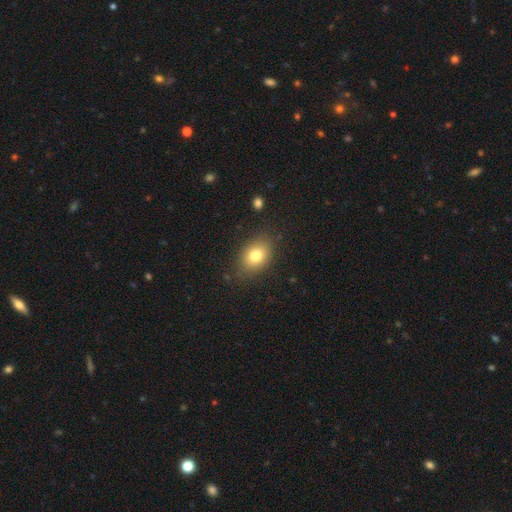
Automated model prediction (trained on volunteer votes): A smooth galaxy with no disk features (79%) that is in between round and cigar-shaped (74%).

Vote fractions:
- Smooth or featured? smooth: 79% / featured or disk: 11% / star or artifact: 10%
- How rounded? in between: 74% / round: 25% / cigar-shaped: 1%
- Merging? none: 82% / minor disturbance: 13% / major disturbance: 4% / merger: 1%